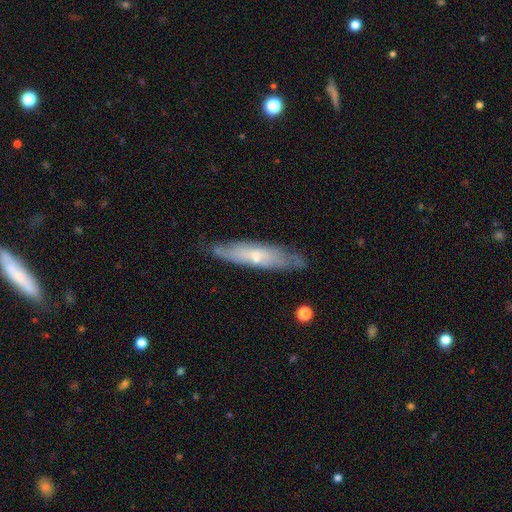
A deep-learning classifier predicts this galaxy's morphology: smooth_or_featured: featured or disk (p=0.52) [alt: smooth p=0.42]
disk_edge_on: yes (p=0.54) [alt: no p=0.46]
merging: none (p=0.73) [alt: minor disturbance p=0.20]